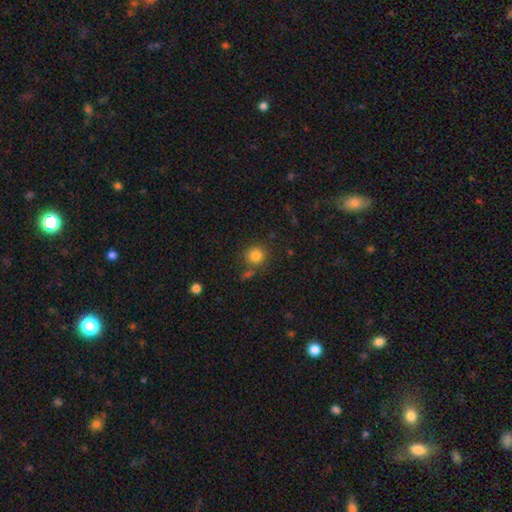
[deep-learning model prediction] smooth_or_featured: smooth (p=0.82) [alt: star or artifact p=0.12]
how_rounded: round (p=0.89) [alt: in between p=0.11]
merging: none (p=0.75) [alt: minor disturbance p=0.11]